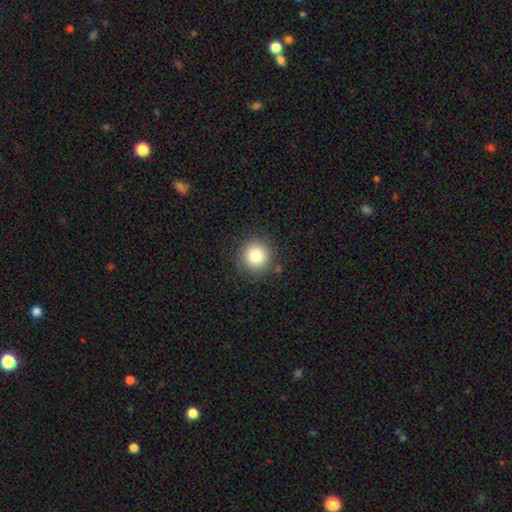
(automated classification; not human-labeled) A smooth galaxy with no disk features (83%) that is round (94%).

Vote fractions:
- Smooth or featured? smooth: 83% / star or artifact: 11% / featured or disk: 7%
- How rounded? round: 94% / in between: 5% / cigar-shaped: 1%
- Merging? none: 88% / minor disturbance: 8% / major disturbance: 3% / merger: 2%